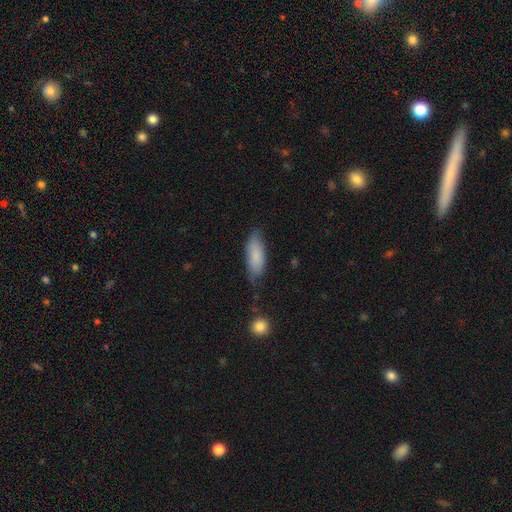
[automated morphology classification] This is clearly a smooth galaxy (82%). How rounded: likely in between (69%). Merging: likely none (64%).